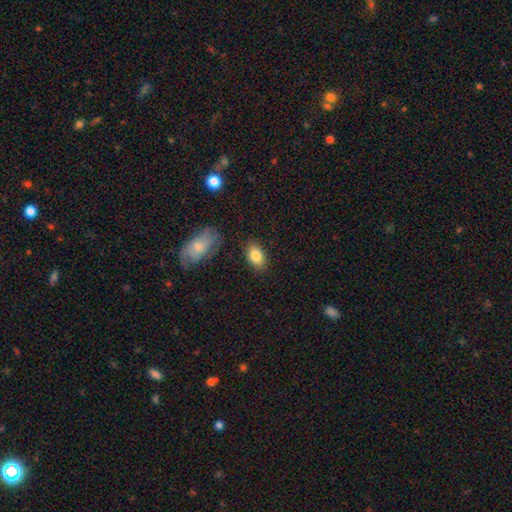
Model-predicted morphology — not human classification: Smooth or featured: smooth — 84% (featured or disk — 9%)
How rounded: in between — 90% (round — 8%)
Merging: none — 84% (minor disturbance — 10%)